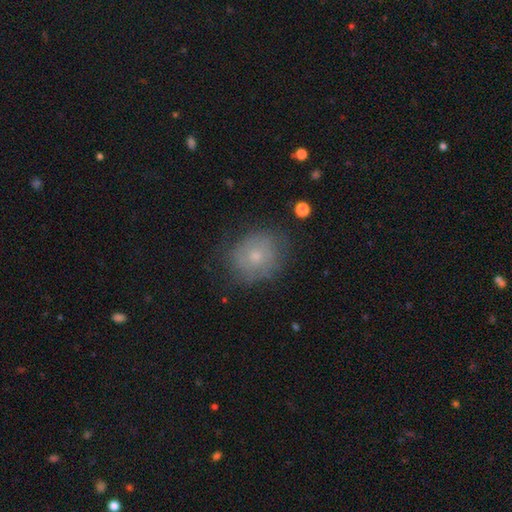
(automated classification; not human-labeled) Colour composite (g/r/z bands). It shows a smooth galaxy with no disk features (61%) that is round (73%). Merging: none (71%).